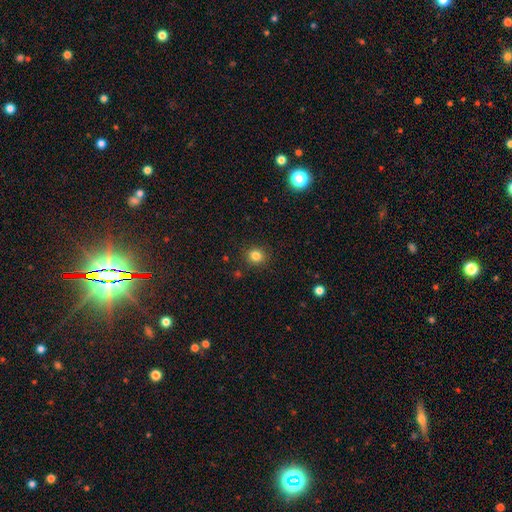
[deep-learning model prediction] smooth-or-featured: smooth: 82% | star or artifact: 13% | featured or disk: 5%
  how-rounded: round: 85% | in between: 14% | cigar-shaped: 1%
  merging: none: 90% | minor disturbance: 7% | major disturbance: 2% | merger: 1%